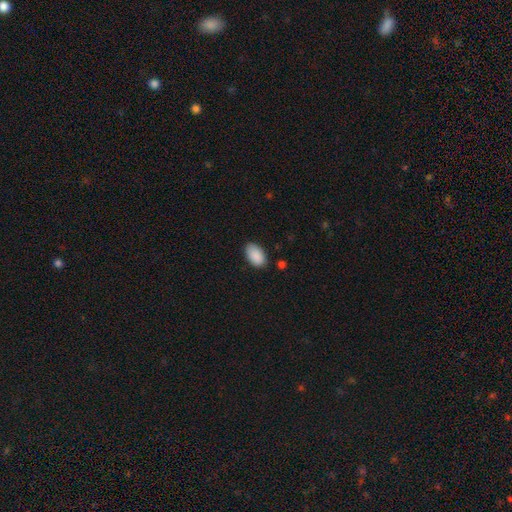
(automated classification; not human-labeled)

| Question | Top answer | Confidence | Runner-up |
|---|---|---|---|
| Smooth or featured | smooth | 90% | star or artifact (6%) |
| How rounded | in between | 94% | round (5%) |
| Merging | none | 82% | minor disturbance (14%) |